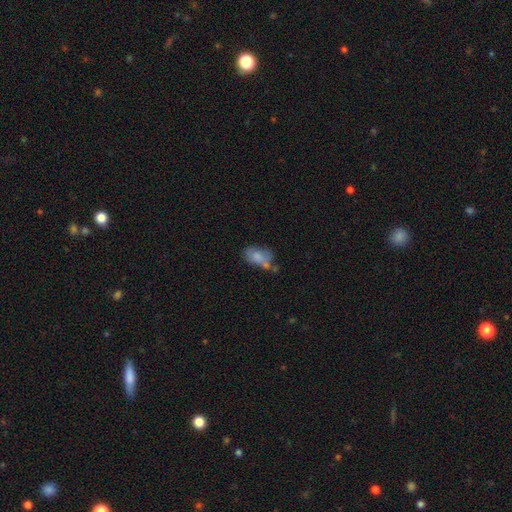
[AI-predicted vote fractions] Smooth or featured?
  - smooth: 65% *
  - featured or disk: 24%
  - star or artifact: 11%
How rounded?
  - in between: 88% *
  - round: 9%
  - cigar-shaped: 3%
Merging?
  - none: 43% *
  - minor disturbance: 25%
  - merger: 20%
  - major disturbance: 11%